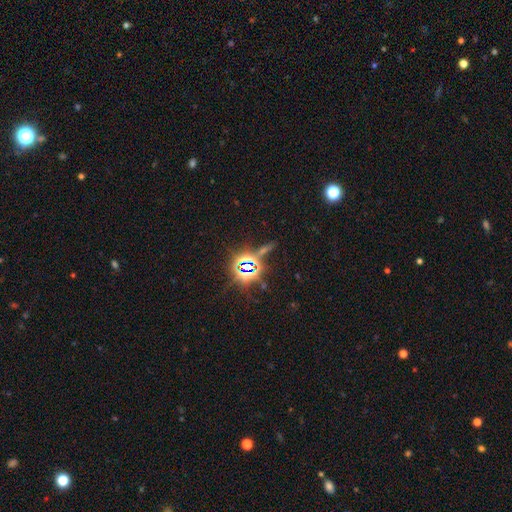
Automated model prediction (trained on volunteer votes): smooth-or-featured: star or artifact: 79% | smooth: 12% | featured or disk: 8%